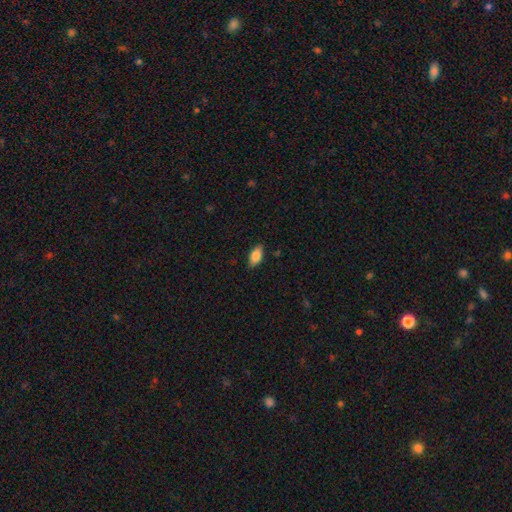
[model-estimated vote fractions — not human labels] This is clearly a smooth galaxy (83%). How rounded: clearly in between (89%). Merging: clearly none (85%).